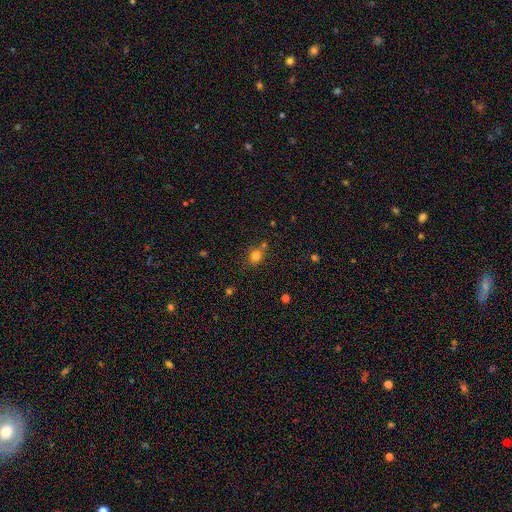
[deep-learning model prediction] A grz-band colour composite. It shows a smooth galaxy with no disk features (79%) that is round (70%). Merging: none (66%).